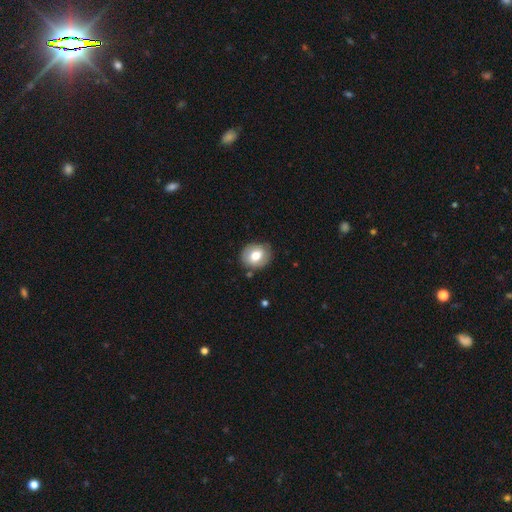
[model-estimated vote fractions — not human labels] Smooth or featured? Predicted: smooth (p=0.68). How rounded? Predicted: round (p=0.67). Merging? Predicted: none (p=0.79).